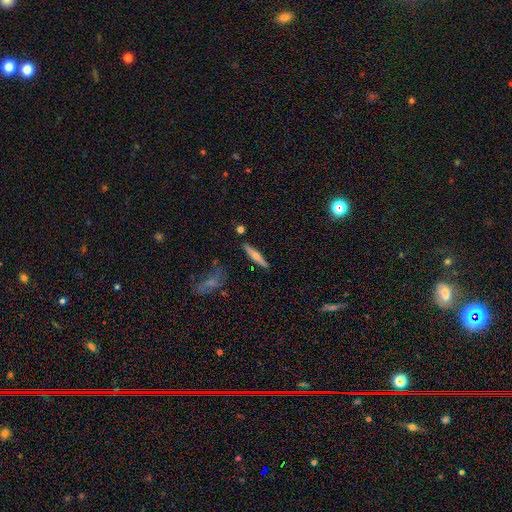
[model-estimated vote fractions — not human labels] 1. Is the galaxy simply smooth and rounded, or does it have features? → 47% featured or disk (tied), 47% smooth (tied), 6% star or artifact.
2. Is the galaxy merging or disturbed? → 85% none, 10% minor disturbance, 3% merger, 2% major disturbance.